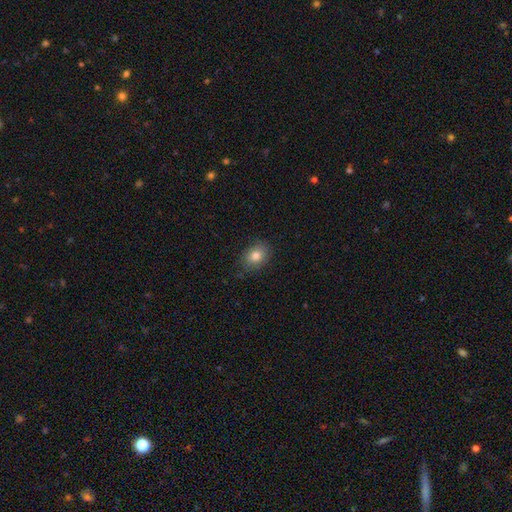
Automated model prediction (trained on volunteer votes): Q: Smooth or featured?
A: smooth (81%); runner-up: featured or disk (10%)
Q: How rounded?
A: in between (66%); runner-up: round (33%)
Q: Merging?
A: none (81%); runner-up: minor disturbance (15%)